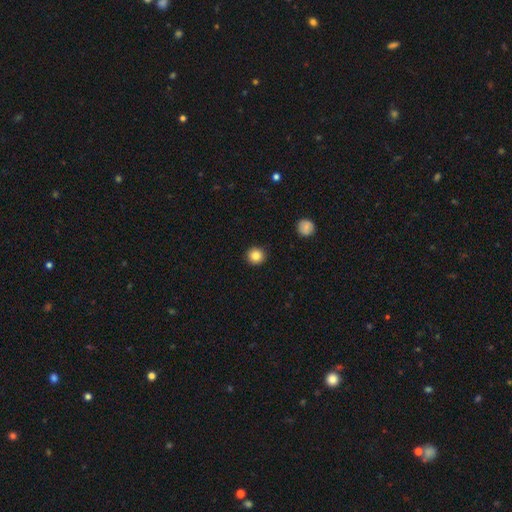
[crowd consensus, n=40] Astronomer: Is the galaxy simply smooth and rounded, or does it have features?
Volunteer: smooth — 80%.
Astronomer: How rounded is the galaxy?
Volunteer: round — 100%.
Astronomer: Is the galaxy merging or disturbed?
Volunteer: none — 97%.